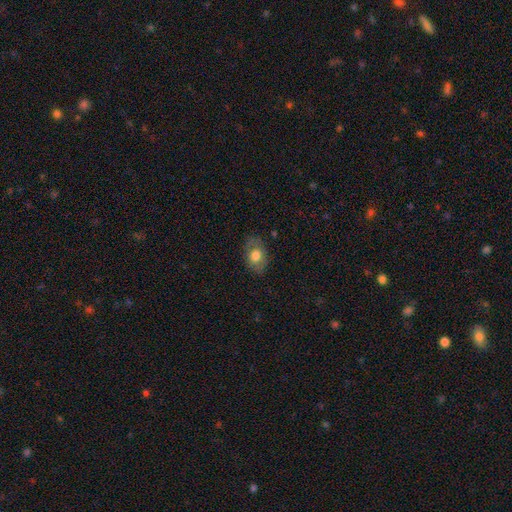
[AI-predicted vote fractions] Smooth or featured: smooth — 69% (featured or disk — 23%)
How rounded: in between — 78% (round — 21%)
Merging: none — 76% (minor disturbance — 17%)